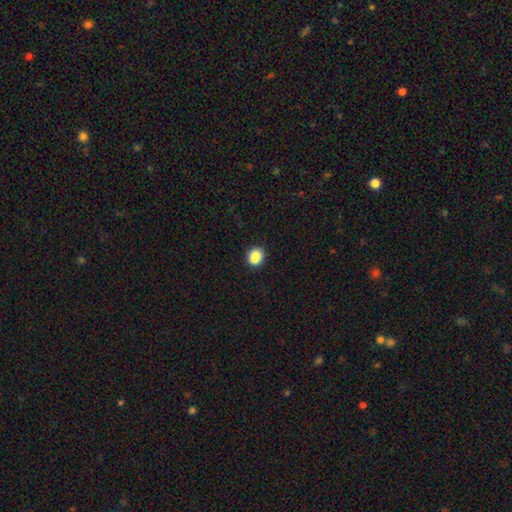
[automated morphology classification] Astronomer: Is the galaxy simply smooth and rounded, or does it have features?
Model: smooth — 84%.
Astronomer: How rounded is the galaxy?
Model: round — 68%.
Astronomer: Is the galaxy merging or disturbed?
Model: none — 72%.